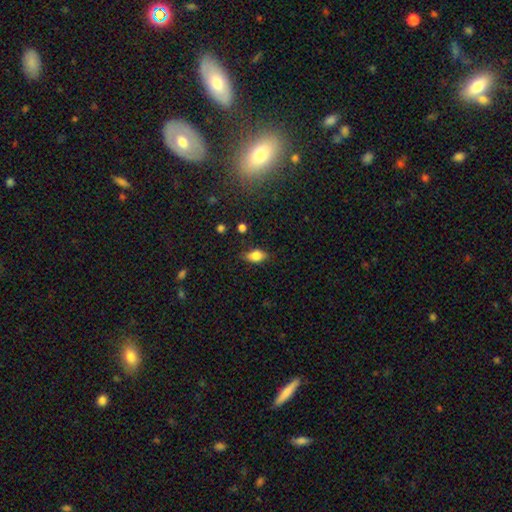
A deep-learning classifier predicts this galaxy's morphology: Q: Smooth or featured?
A: smooth (77%); runner-up: featured or disk (14%)
Q: How rounded?
A: in between (84%); runner-up: round (9%)
Q: Merging?
A: none (78%); runner-up: minor disturbance (16%)